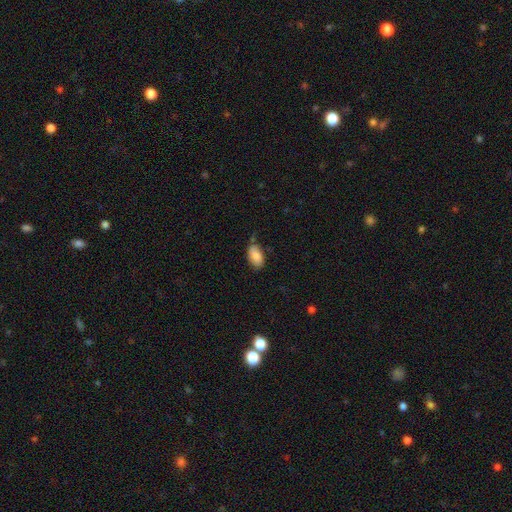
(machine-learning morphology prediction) type=smooth (81%); roundness=in between (93%); merging=none (60%).